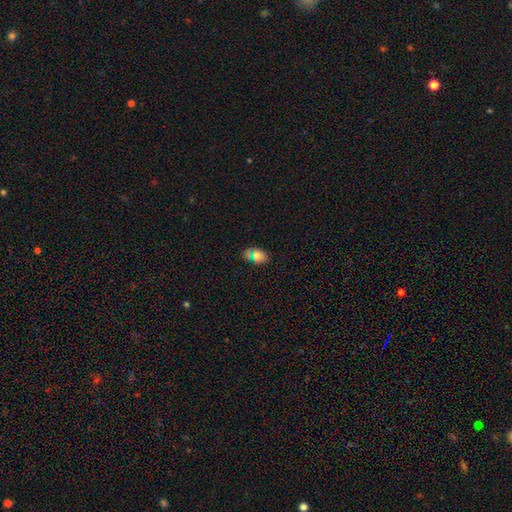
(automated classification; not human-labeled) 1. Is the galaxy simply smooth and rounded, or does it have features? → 71% smooth, 20% star or artifact, 8% featured or disk.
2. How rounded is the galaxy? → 86% in between, 11% round, 2% cigar-shaped.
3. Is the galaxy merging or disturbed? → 83% none, 11% minor disturbance, 3% major disturbance, 3% merger.